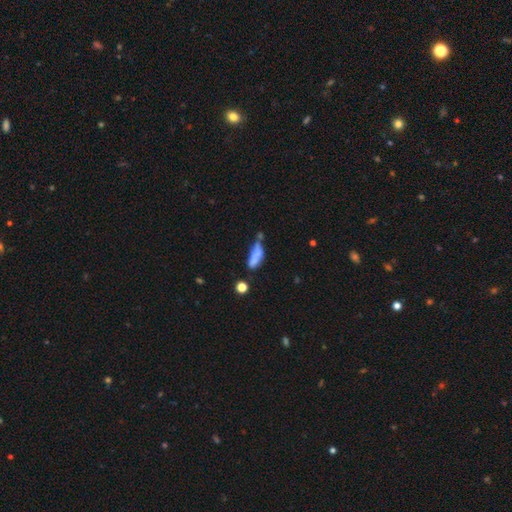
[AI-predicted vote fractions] Smooth or featured?
  - smooth: 60% *
  - featured or disk: 29%
  - star or artifact: 11%
How rounded?
  - in between: 60% *
  - cigar-shaped: 37%
  - round: 4%
Merging?
  - none: 29% *
  - minor disturbance: 27%
  - merger: 24%
  - major disturbance: 19%